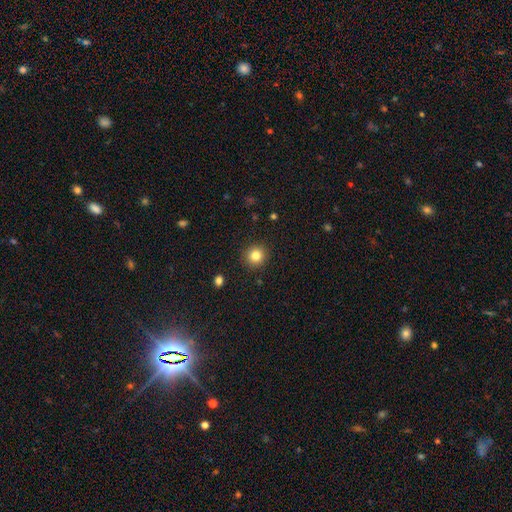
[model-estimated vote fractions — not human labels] Smooth or featured?
  - smooth: 83% *
  - star or artifact: 11%
  - featured or disk: 6%
How rounded?
  - round: 93% *
  - in between: 6%
  - cigar-shaped: 1%
Merging?
  - none: 92% *
  - minor disturbance: 5%
  - major disturbance: 2%
  - merger: 1%